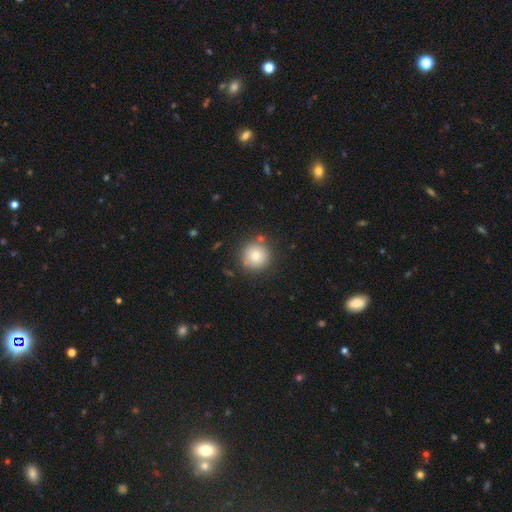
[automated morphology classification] A smooth galaxy with no disk features (80%) that is round (95%). Merging: none (83%).